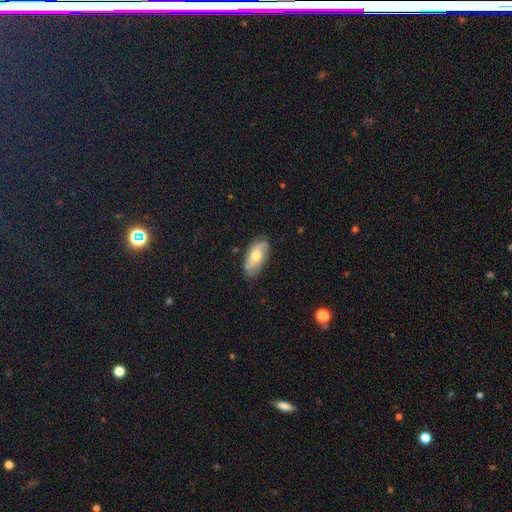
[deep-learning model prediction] Overall: smooth (54%; featured or disk 40%). How rounded: in between (89%). Merging: none (78%).